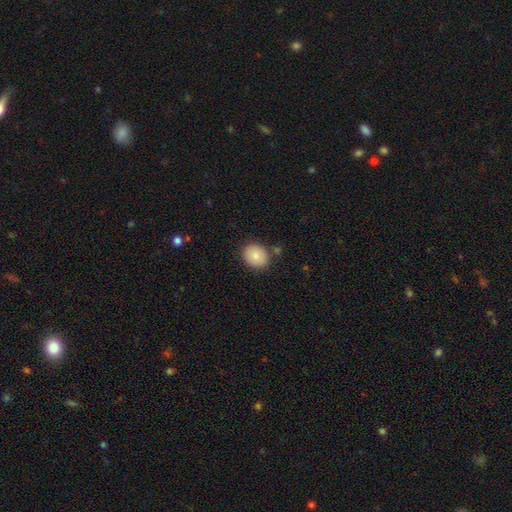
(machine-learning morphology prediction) smooth-or-featured: smooth: 85% | star or artifact: 8% | featured or disk: 7%
  how-rounded: round: 59% | in between: 41% | cigar-shaped: 1%
  merging: none: 81% | minor disturbance: 11% | merger: 5% | major disturbance: 3%